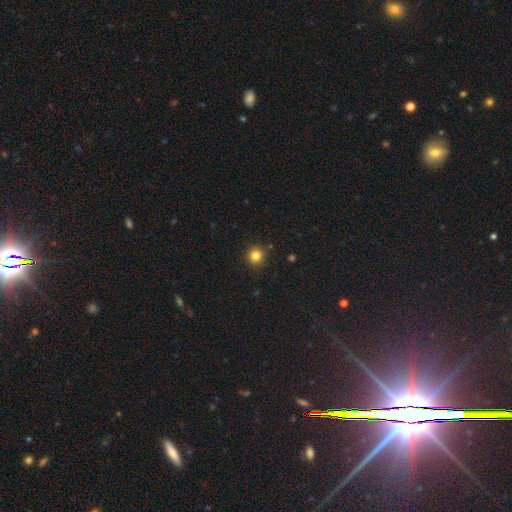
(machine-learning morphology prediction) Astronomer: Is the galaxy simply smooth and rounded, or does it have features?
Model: smooth — 83%.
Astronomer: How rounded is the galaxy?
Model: round — 94%.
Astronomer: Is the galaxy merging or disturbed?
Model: none — 92%.